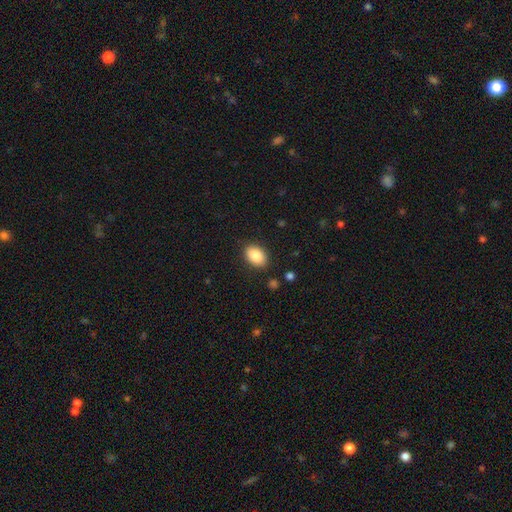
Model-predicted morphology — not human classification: A smooth galaxy with no disk features (86%) that is in between round and cigar-shaped (85%).

Vote fractions:
- Smooth or featured? smooth: 86% / star or artifact: 7% / featured or disk: 7%
- How rounded? in between: 85% / round: 14% / cigar-shaped: 1%
- Merging? none: 86% / minor disturbance: 10% / major disturbance: 3% / merger: 1%